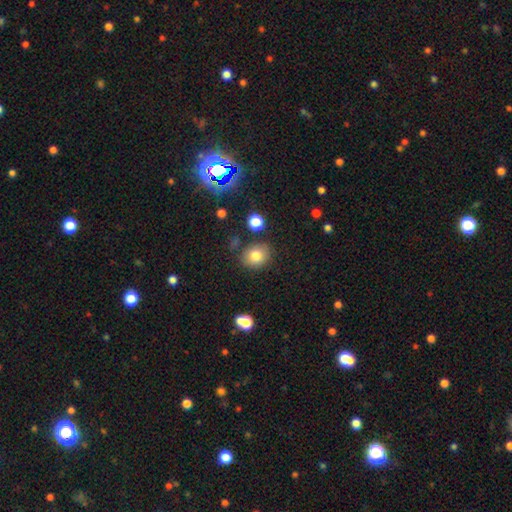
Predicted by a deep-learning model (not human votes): The model was most divided on "how rounded": round: 57%, in between: 42%, cigar-shaped: 1%. More confident: merging — none (79%); smooth or featured — smooth (79%).